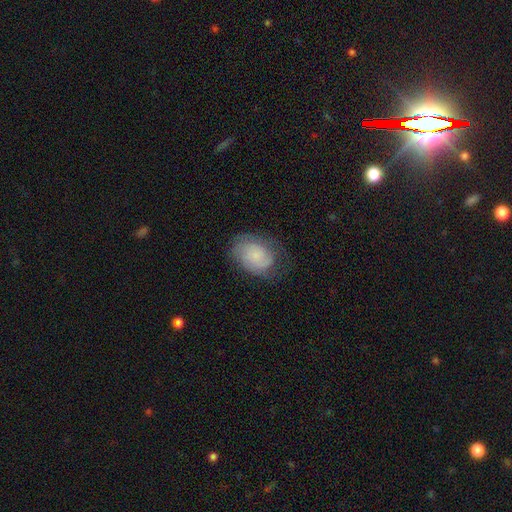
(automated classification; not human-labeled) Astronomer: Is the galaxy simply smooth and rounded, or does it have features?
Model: smooth — 57% (runner-up: featured or disk, 35%).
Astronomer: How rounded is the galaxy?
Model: in between — 73%.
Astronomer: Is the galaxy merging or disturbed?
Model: none — 62%.